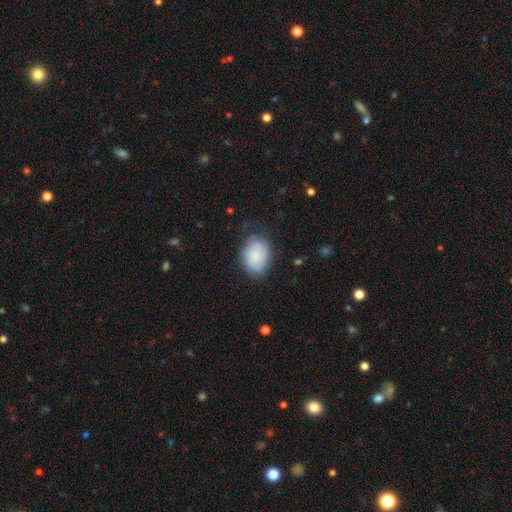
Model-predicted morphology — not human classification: A smooth galaxy with no disk features (80%) that is in between round and cigar-shaped (72%).

Vote fractions:
- Smooth or featured? smooth: 80% / featured or disk: 13% / star or artifact: 7%
- How rounded? in between: 72% / round: 27% / cigar-shaped: 1%
- Merging? none: 65% / minor disturbance: 25% / major disturbance: 9% / merger: 1%